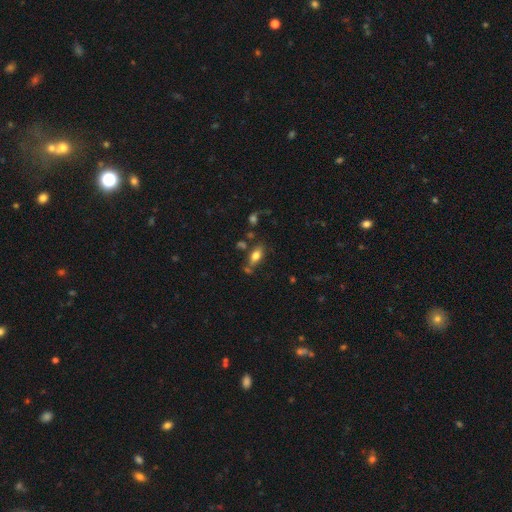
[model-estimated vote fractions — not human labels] Smooth or featured? Predicted: smooth (p=0.73). How rounded? Predicted: in between (p=0.83). Merging? Predicted: none (p=0.65).